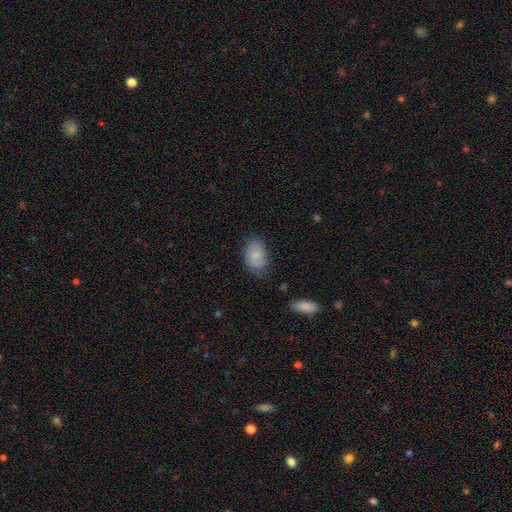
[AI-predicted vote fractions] smooth_or_featured: smooth (p=0.78) [alt: featured or disk p=0.15]
how_rounded: in between (p=0.86) [alt: round p=0.13]
merging: none (p=0.71) [alt: minor disturbance p=0.22]